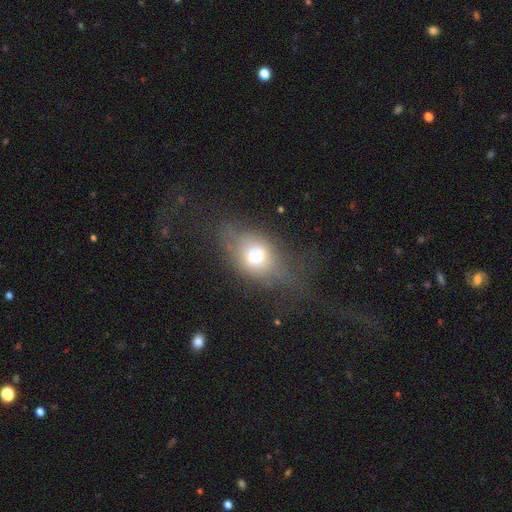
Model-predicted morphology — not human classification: A smooth galaxy with no disk features (62%) that is in between round and cigar-shaped (60%).

Vote fractions:
- Smooth or featured? smooth: 62% / featured or disk: 23% / star or artifact: 15%
- How rounded? in between: 60% / round: 38% / cigar-shaped: 3%
- Merging? none: 51% / minor disturbance: 24% / major disturbance: 23% / merger: 2%